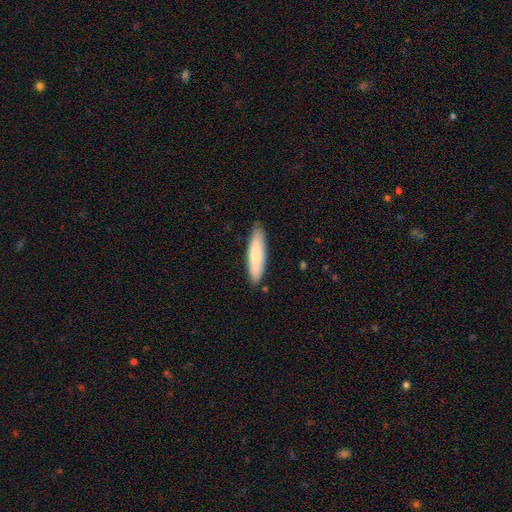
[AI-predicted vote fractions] This appears to be a smooth galaxy with no disk features (77%) that is cigar-shaped (69%). Merging: none (87%).